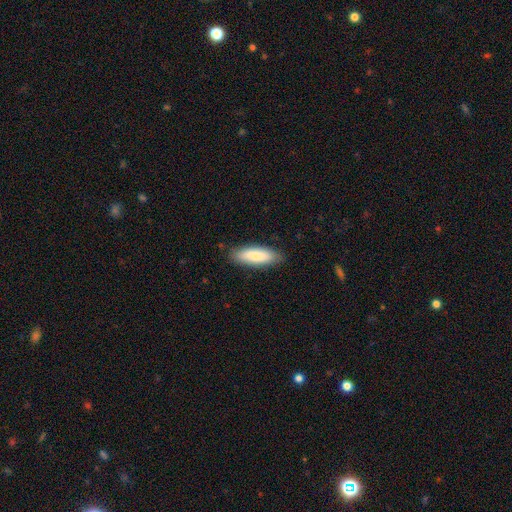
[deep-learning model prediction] Smooth or featured? Predicted: smooth (p=0.82). How rounded? Predicted: in between (p=0.55). Merging? Predicted: none (p=0.85).